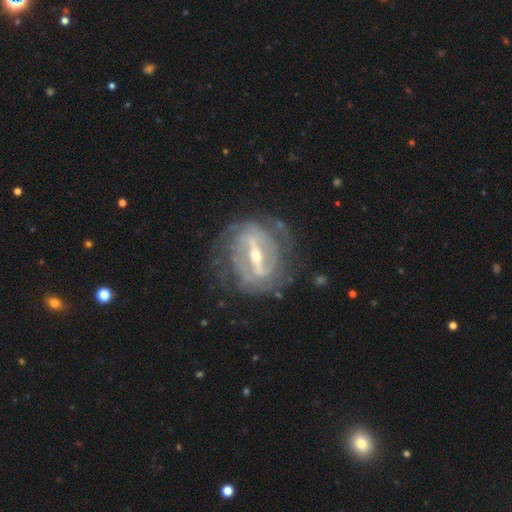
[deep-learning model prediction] A featured or disk galaxy (90%) with a strong bar (75%), tight (65%) spiral arms (92%) and a small central bulge (53%).

Vote fractions:
- Smooth or featured? featured or disk: 90% / star or artifact: 5% / smooth: 5%
- Edge-on disk? no: 92% / yes: 8%
- Bar? strong: 75% / weak: 19% / no: 6%
- Spiral arms? yes: 92% / no: 8%
- Spiral winding? tight: 65% / medium: 27% / loose: 8%
- Spiral arm count? can't tell: 31% / 2: 30% / 3: 16% / 4: 13% / more than 4: 6% / 1: 5%
- Bulge size? small: 53% / moderate: 43% / large: 2% / none: 1% / dominant: 1%
- Merging? none: 76% / minor disturbance: 15% / major disturbance: 7% / merger: 2%